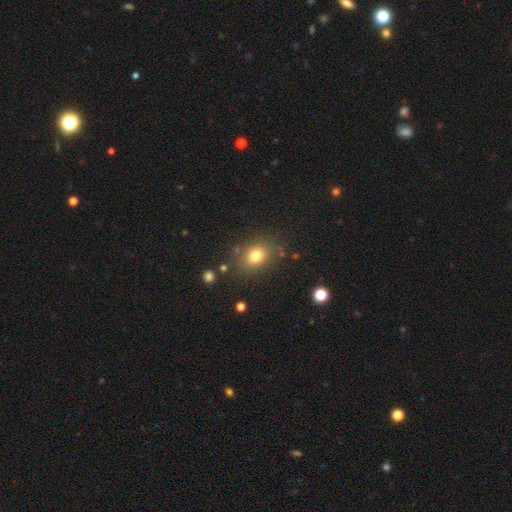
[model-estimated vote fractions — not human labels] Smooth or featured? smooth (77%)
How rounded? in between (50%)
Merging? none (78%)